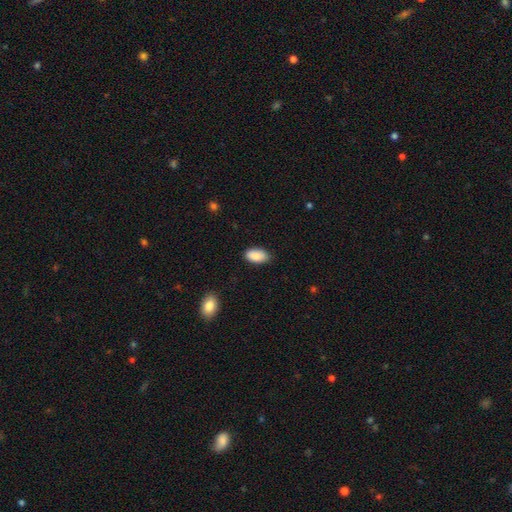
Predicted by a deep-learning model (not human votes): smooth_or_featured: smooth (p=0.88) [alt: star or artifact p=0.07]
how_rounded: in between (p=0.94) [alt: round p=0.03]
merging: none (p=0.81) [alt: minor disturbance p=0.15]